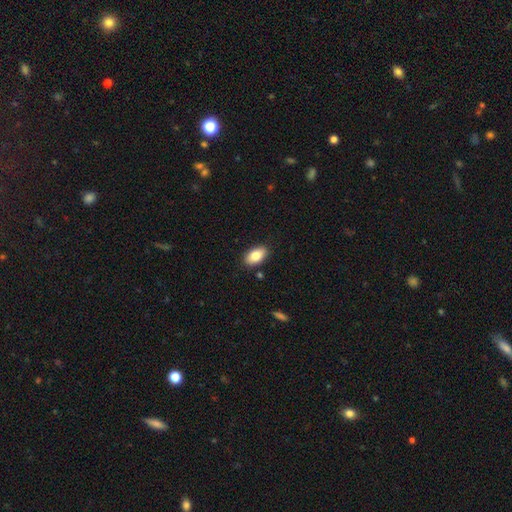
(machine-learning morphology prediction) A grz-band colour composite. It shows a smooth galaxy with no disk features (83%) that is in between round and cigar-shaped (93%). Merging: none (88%).